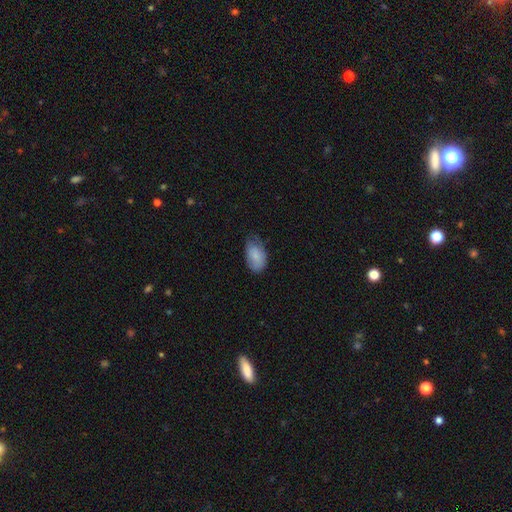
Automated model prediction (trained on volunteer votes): smooth_or_featured: smooth (p=0.82) [alt: featured or disk p=0.11]
how_rounded: in between (p=0.93) [alt: round p=0.06]
merging: none (p=0.48) [alt: minor disturbance p=0.40]